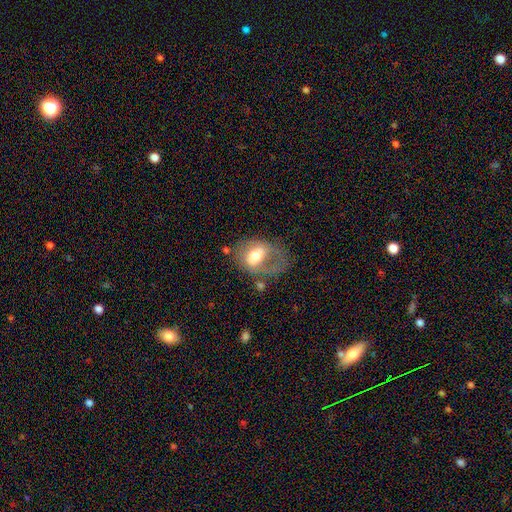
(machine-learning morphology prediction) type=smooth (47%); merging=none (35%).